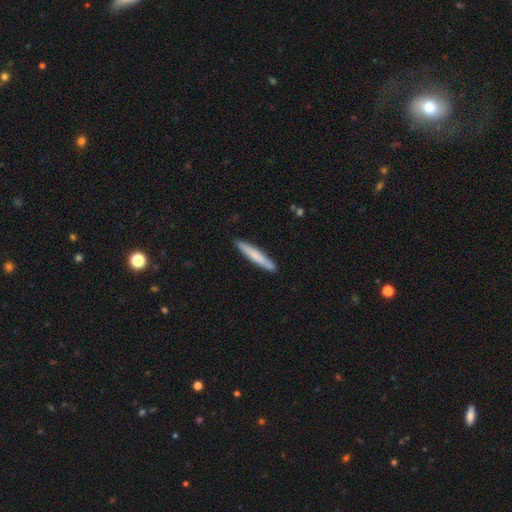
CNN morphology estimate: Smooth or featured: smooth — 69% (featured or disk — 26%)
How rounded: cigar-shaped — 95% (in between — 4%)
Merging: none — 90% (minor disturbance — 8%)